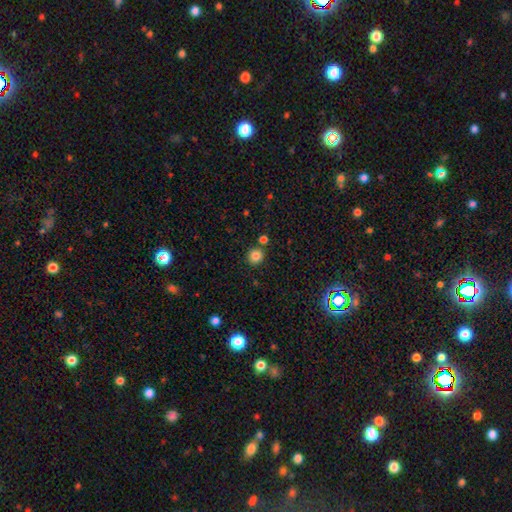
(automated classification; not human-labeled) Smooth or featured?
  - smooth: 83% *
  - star or artifact: 12%
  - featured or disk: 5%
How rounded?
  - round: 90% *
  - in between: 9%
  - cigar-shaped: 1%
Merging?
  - none: 83% *
  - merger: 8%
  - minor disturbance: 7%
  - major disturbance: 2%